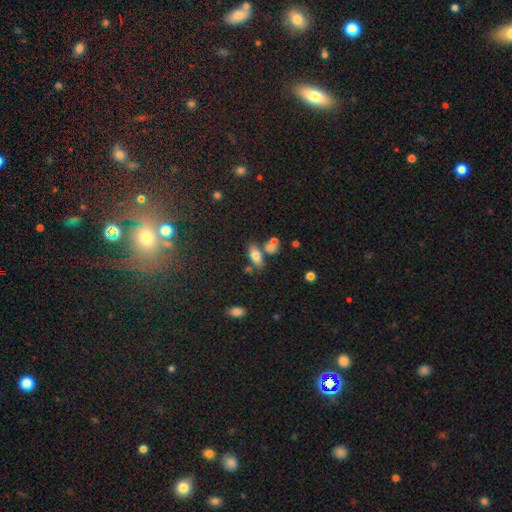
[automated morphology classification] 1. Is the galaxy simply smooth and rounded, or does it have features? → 75% smooth, 15% featured or disk, 10% star or artifact.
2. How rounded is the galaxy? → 83% in between, 13% cigar-shaped, 4% round.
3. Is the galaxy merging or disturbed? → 60% none, 22% merger, 13% minor disturbance, 5% major disturbance.